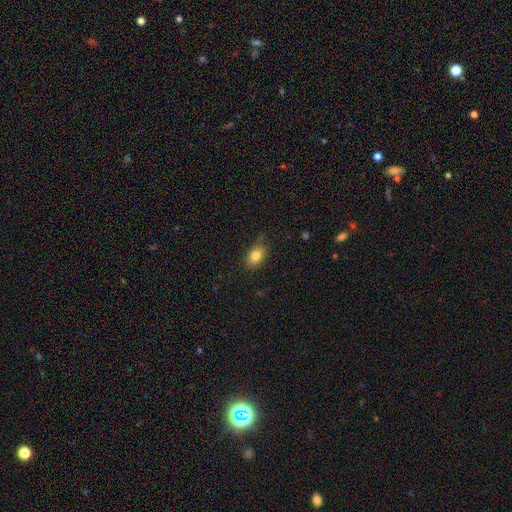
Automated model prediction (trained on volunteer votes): Smooth or featured: smooth — 84% (star or artifact — 9%)
How rounded: in between — 80% (round — 18%)
Merging: none — 77% (minor disturbance — 18%)